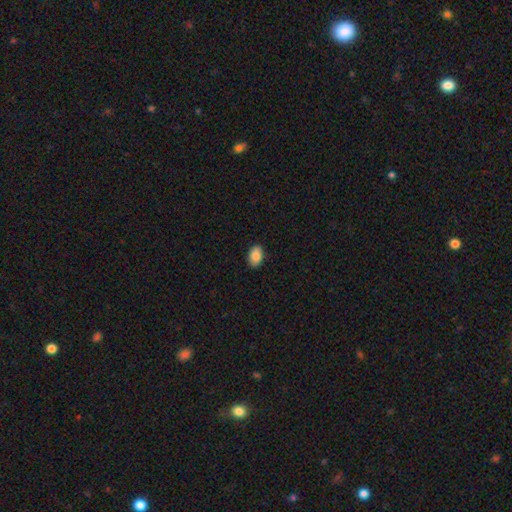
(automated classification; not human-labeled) Smooth or featured: smooth — 86% (star or artifact — 7%)
How rounded: in between — 88% (round — 11%)
Merging: none — 89% (minor disturbance — 9%)